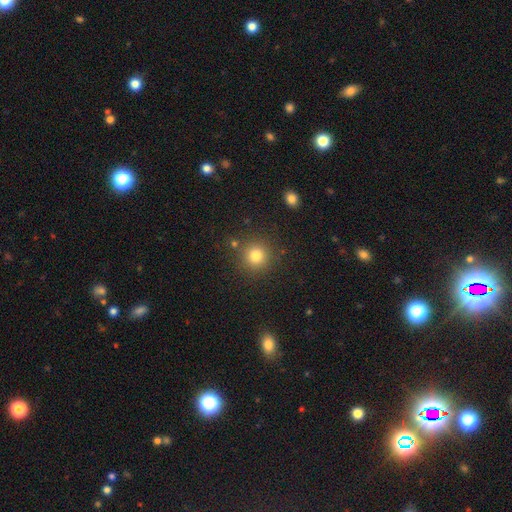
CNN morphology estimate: Smooth or featured: smooth — 80% (star or artifact — 14%)
How rounded: round — 94% (in between — 6%)
Merging: none — 85% (minor disturbance — 8%)